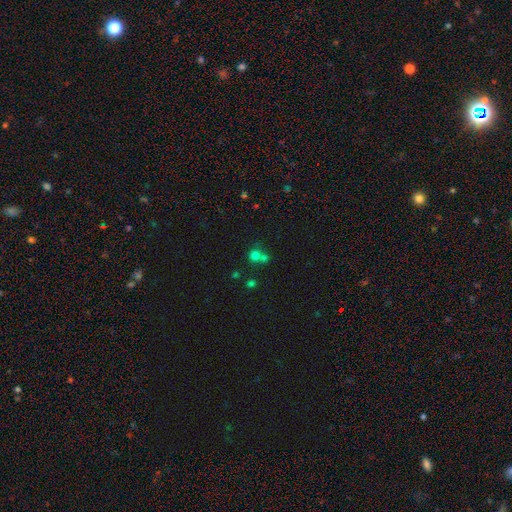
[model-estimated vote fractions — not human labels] Overall: smooth (67%). How rounded: round (86%). Merging: none (47%; merger 42%).